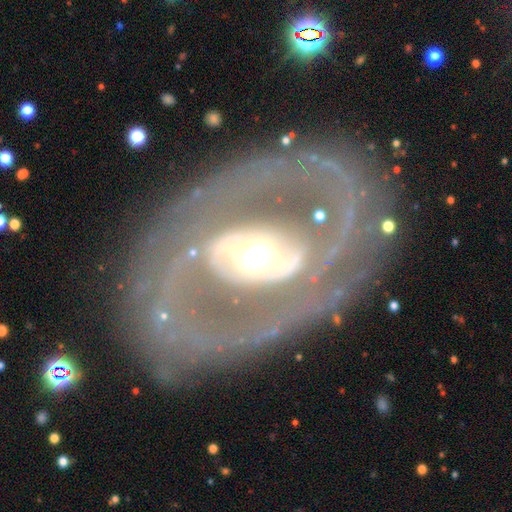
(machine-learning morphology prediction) Overall: featured or disk (83%). Edge-on disk: no (94%). Bar: no (36%; strong 33%). Spiral arms: yes (61%; no 39%). Bulge size: moderate (60%; large 24%). Merging: none (78%).